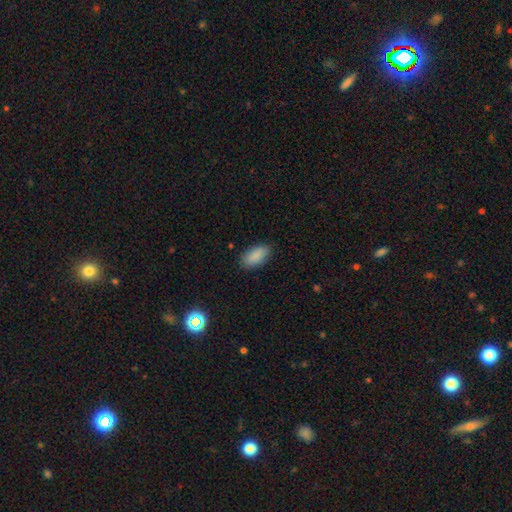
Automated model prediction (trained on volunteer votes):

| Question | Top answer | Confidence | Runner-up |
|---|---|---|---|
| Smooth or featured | smooth | 89% | star or artifact (7%) |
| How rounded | in between | 91% | cigar-shaped (6%) |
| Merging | none | 86% | minor disturbance (11%) |